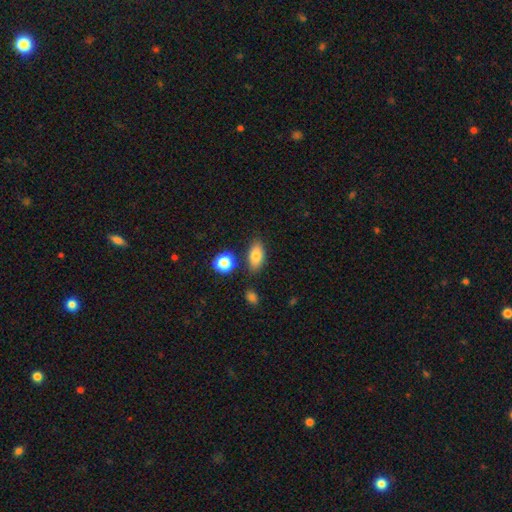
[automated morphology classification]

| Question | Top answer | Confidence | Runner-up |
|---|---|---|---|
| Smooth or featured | smooth | 81% | featured or disk (11%) |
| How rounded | in between | 87% | round (7%) |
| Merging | none | 78% | minor disturbance (12%) |